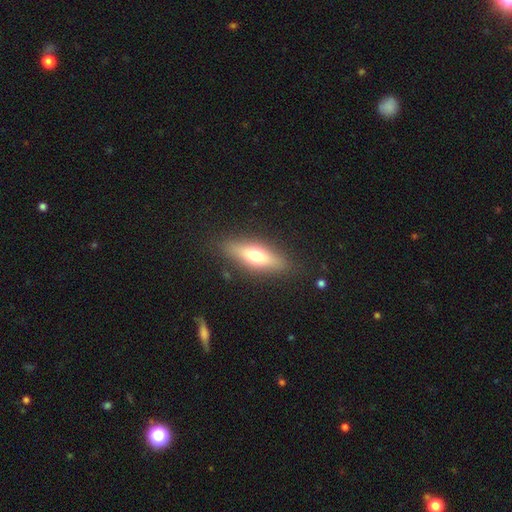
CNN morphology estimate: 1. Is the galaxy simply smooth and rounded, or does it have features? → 55% smooth, 38% featured or disk, 7% star or artifact.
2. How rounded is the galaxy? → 50% cigar-shaped, 46% in between, 3% round.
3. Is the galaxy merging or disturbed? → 86% none, 10% minor disturbance, 3% major disturbance, 1% merger.